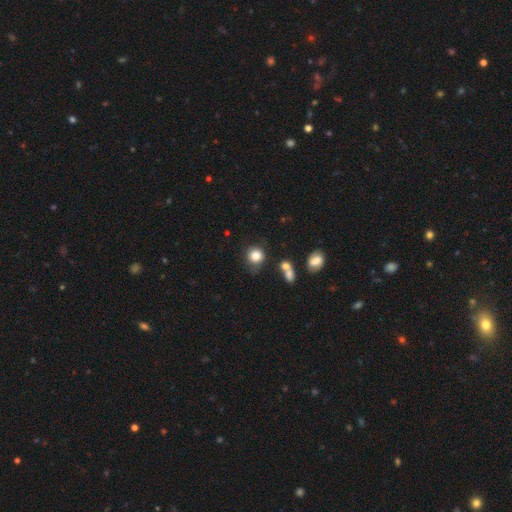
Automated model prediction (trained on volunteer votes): smooth 83%, star or artifact 11%, featured or disk 7%. Down the decision tree: how rounded — round (86%); merging — none (67%).